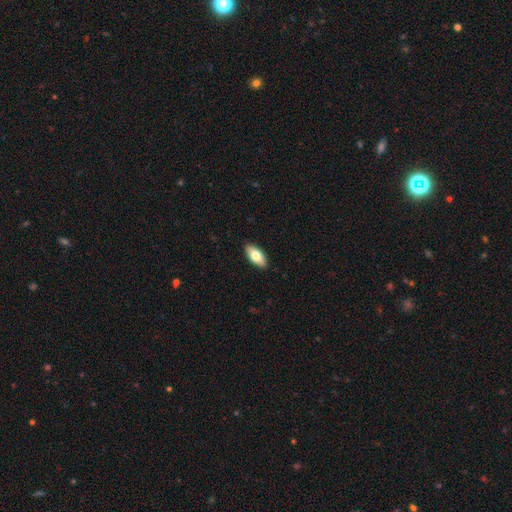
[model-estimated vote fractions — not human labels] smooth 75%, featured or disk 19%, star or artifact 6%. Down the decision tree: how rounded — in between (87%); merging — none (90%).